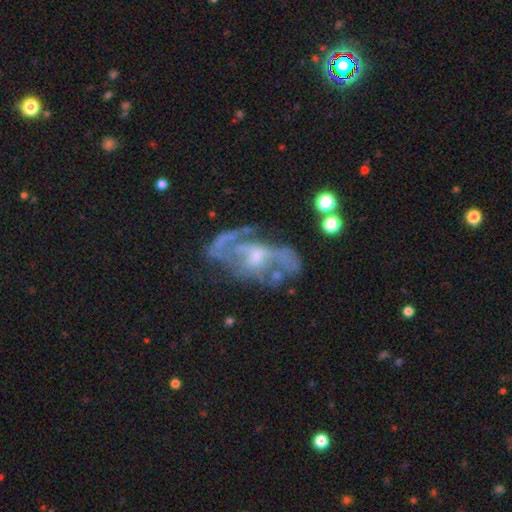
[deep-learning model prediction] smooth_or_featured: featured or disk (p=0.80) [alt: star or artifact p=0.11]
disk_edge_on: no (p=0.93) [alt: yes p=0.07]
bar: no (p=0.52) [alt: weak p=0.37]
has_spiral_arms: yes (p=0.84) [alt: no p=0.16]
spiral_winding: medium (p=0.47) [alt: tight p=0.27]
spiral_arm_count: 2 (p=0.56) [alt: can't tell p=0.23]
bulge_size: small (p=0.48) [alt: moderate p=0.39]
merging: none (p=0.61) [alt: minor disturbance p=0.18]